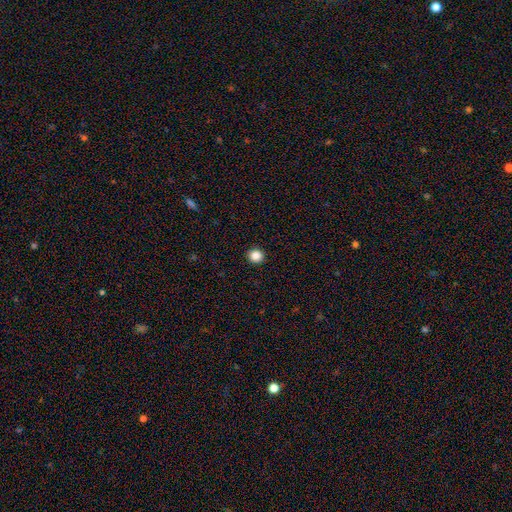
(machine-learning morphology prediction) This appears to be a smooth galaxy with no disk features (86%) that is round (91%). Merging: none (93%).